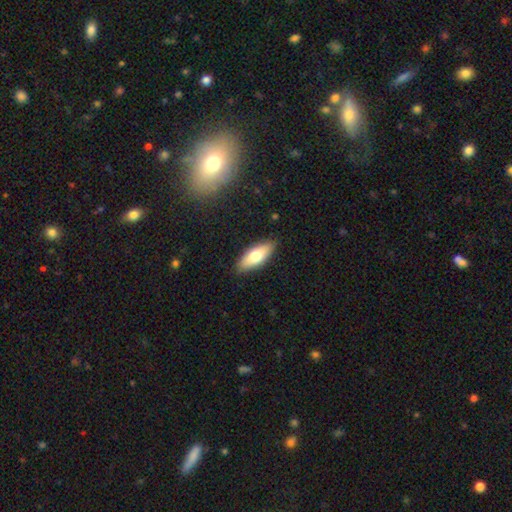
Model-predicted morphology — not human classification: Q: Smooth or featured?
A: smooth (72%); runner-up: featured or disk (22%)
Q: How rounded?
A: in between (76%); runner-up: cigar-shaped (22%)
Q: Merging?
A: none (87%); runner-up: minor disturbance (10%)